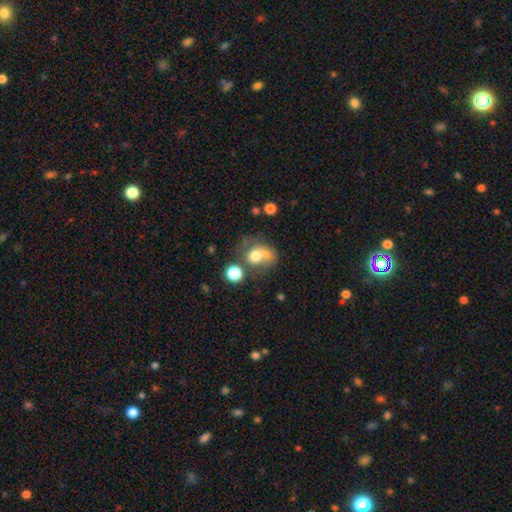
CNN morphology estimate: type=smooth (65%); roundness=round (64%); merging=merger (51%).